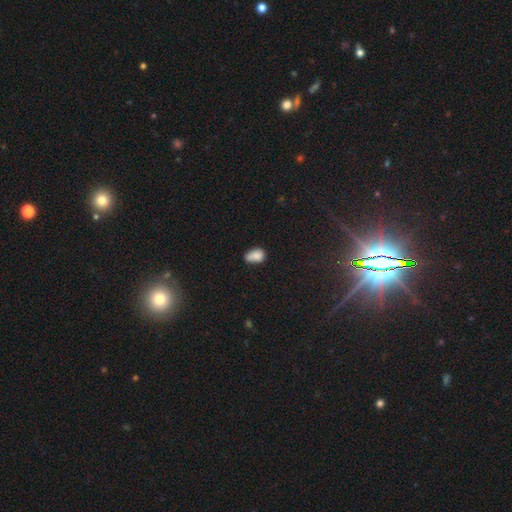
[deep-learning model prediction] Smooth or featured?
  - smooth: 80% *
  - featured or disk: 11%
  - star or artifact: 9%
How rounded?
  - in between: 82% *
  - round: 16%
  - cigar-shaped: 2%
Merging?
  - none: 44% *
  - minor disturbance: 35%
  - merger: 12%
  - major disturbance: 9%